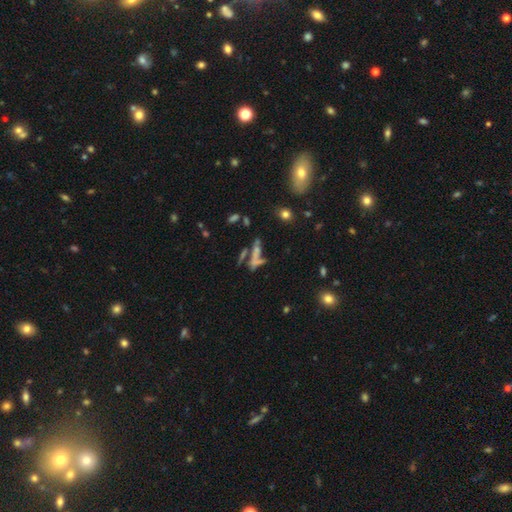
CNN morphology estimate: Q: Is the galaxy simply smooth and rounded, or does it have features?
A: smooth — 45%.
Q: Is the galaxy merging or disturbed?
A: merger — 39%.